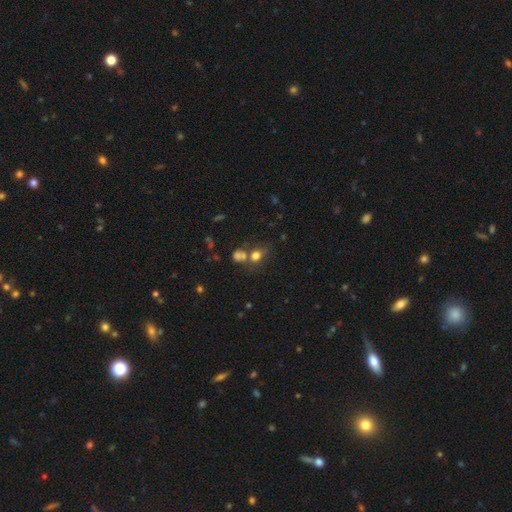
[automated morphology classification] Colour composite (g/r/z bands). It shows a smooth galaxy with no disk features (72%) that is round (56%). Merging: none (47%).